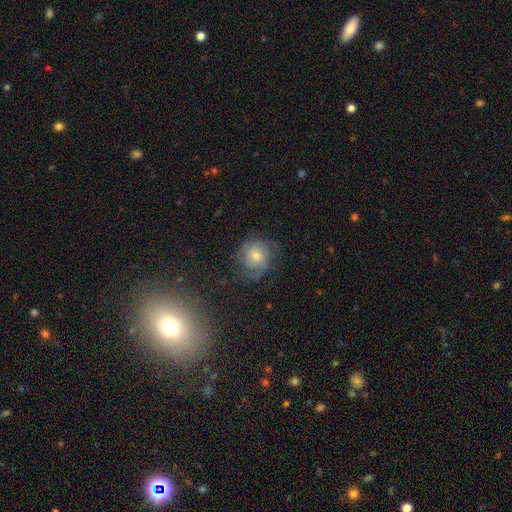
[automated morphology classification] This is possibly a featured or disk galaxy (47%). Merging: possibly none (60%).